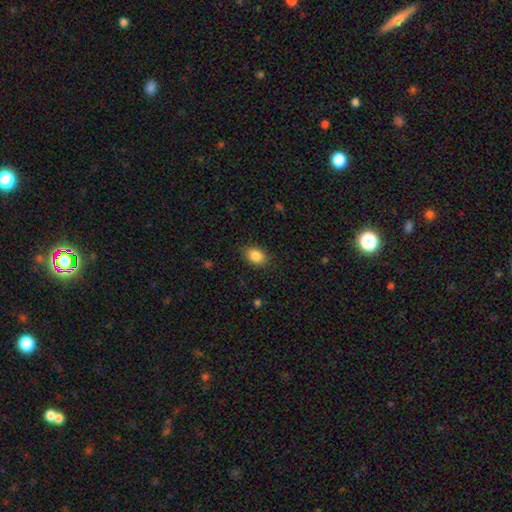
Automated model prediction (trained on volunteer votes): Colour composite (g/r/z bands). It shows a smooth galaxy with no disk features (87%) that is in between round and cigar-shaped (79%). Merging: none (86%).